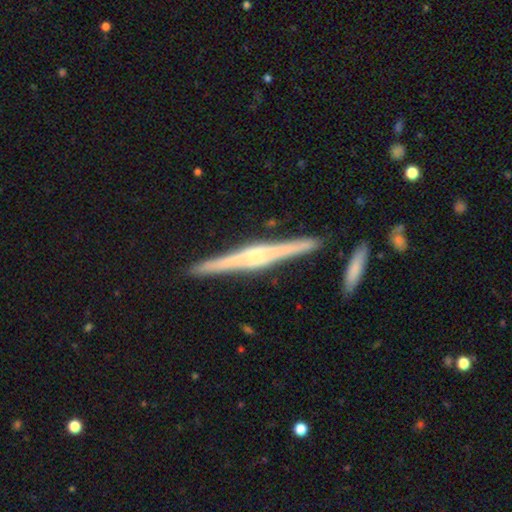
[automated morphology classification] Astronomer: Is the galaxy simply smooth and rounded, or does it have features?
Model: featured or disk — 82%.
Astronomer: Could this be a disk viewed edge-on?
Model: yes — 98%.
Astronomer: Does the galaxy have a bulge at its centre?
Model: rounded — 52% (runner-up: boxy, 34%).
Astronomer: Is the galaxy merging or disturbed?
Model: none — 89%.